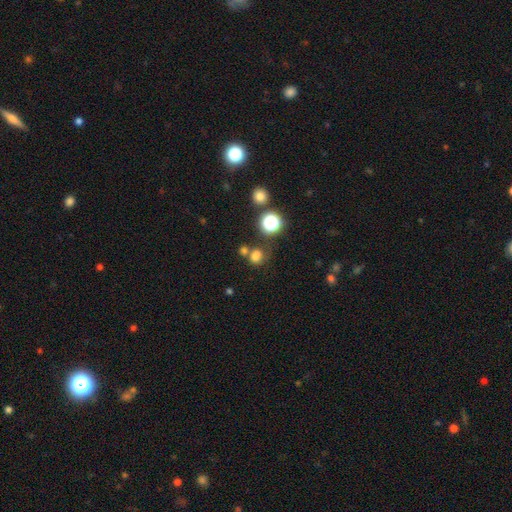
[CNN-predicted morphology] smooth-or-featured: smooth: 71% | star or artifact: 22% | featured or disk: 7%
  how-rounded: round: 67% | in between: 32% | cigar-shaped: 1%
  merging: none: 56% | merger: 25% | minor disturbance: 13% | major disturbance: 7%